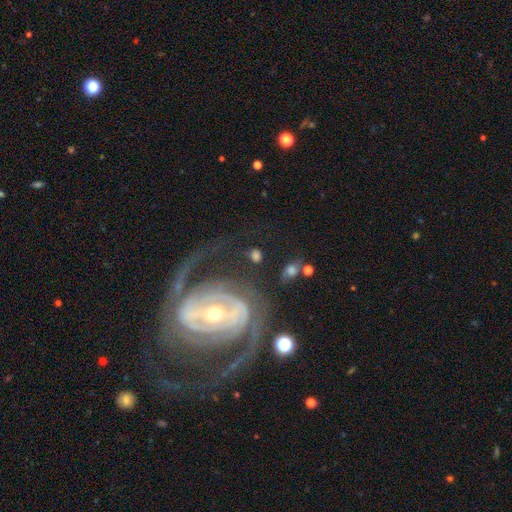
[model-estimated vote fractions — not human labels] This is possibly a smooth galaxy (55%). How rounded: possibly round (58%). Merging: likely none (68%).